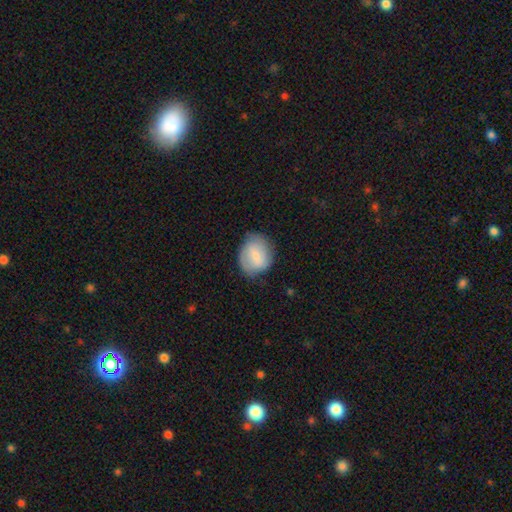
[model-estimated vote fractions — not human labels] smooth 66%, featured or disk 27%, star or artifact 7%. Down the decision tree: how rounded — round (58%); merging — none (67%).